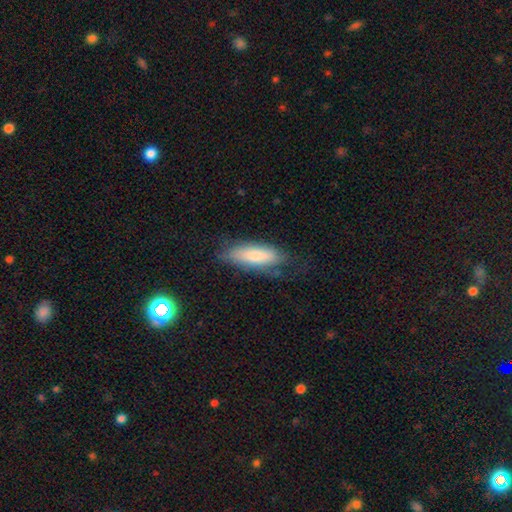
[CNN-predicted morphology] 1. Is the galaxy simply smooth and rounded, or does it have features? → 72% smooth, 21% featured or disk, 6% star or artifact.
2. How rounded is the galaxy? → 63% in between, 36% cigar-shaped, 2% round.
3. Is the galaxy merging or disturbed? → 63% none, 25% minor disturbance, 10% major disturbance, 2% merger.